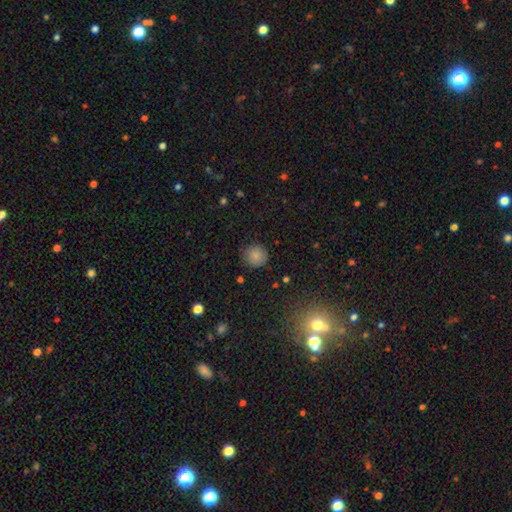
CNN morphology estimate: Smooth or featured?
  - smooth: 84% *
  - star or artifact: 11%
  - featured or disk: 6%
How rounded?
  - round: 93% *
  - in between: 6%
  - cigar-shaped: 1%
Merging?
  - none: 84% *
  - minor disturbance: 12%
  - major disturbance: 3%
  - merger: 1%